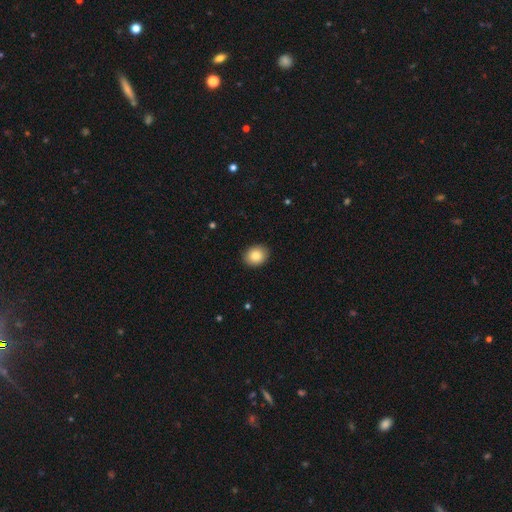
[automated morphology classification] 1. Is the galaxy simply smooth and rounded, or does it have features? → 83% smooth, 9% star or artifact, 8% featured or disk.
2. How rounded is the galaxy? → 59% round, 40% in between, 1% cigar-shaped.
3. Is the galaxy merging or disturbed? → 90% none, 7% minor disturbance, 2% major disturbance, 1% merger.